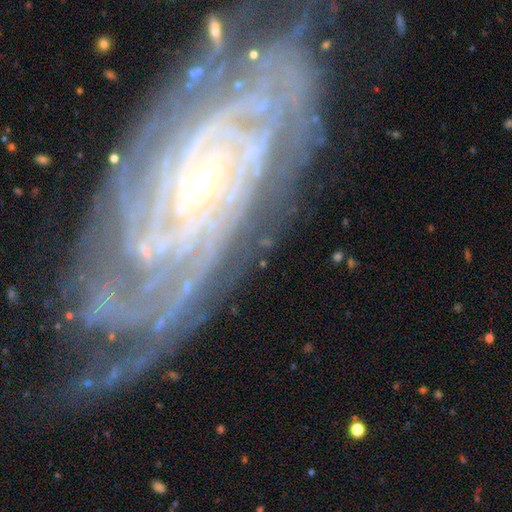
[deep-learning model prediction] Smooth or featured? featured or disk (89%)
Edge-on disk? no (93%)
Bar? no (48%)
Spiral arms? yes (97%)
Spiral winding? tight (79%)
Spiral arm count? can't tell (29%)
Bulge size? small (61%)
Merging? none (71%)